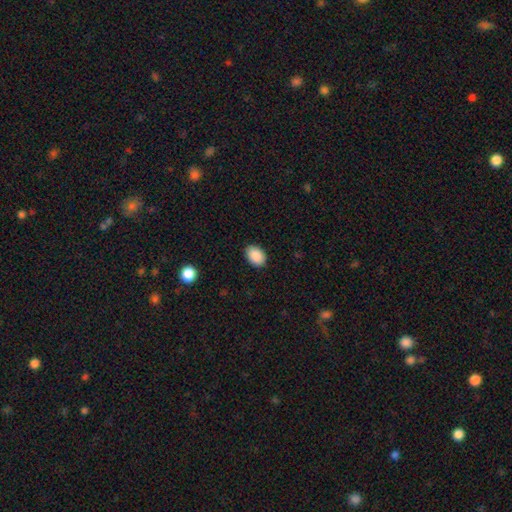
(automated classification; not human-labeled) The model was most divided on "how rounded": in between: 81%, round: 18%, cigar-shaped: 1%. More confident: smooth or featured — smooth (90%); merging — none (89%).